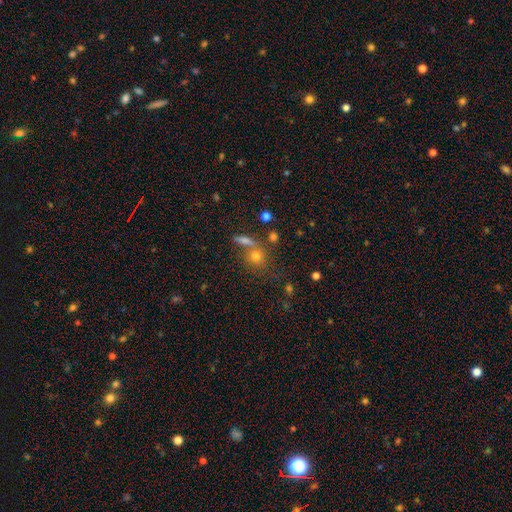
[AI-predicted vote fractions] Smooth or featured: smooth — 59% (star or artifact — 24%)
How rounded: round — 77% (in between — 20%)
Merging: none — 50% (merger — 34%)